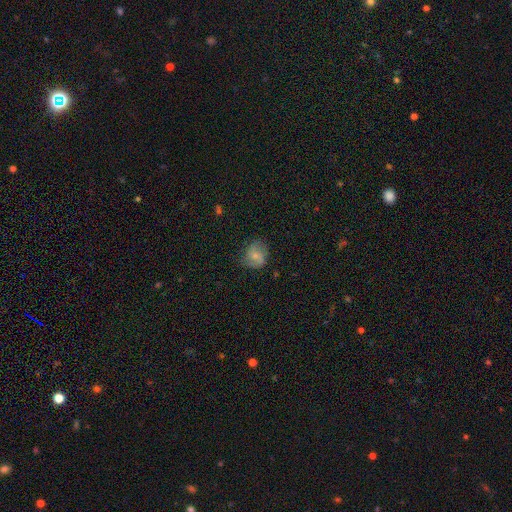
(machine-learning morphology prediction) smooth_or_featured: smooth (p=0.58) [alt: featured or disk p=0.34]
how_rounded: round (p=0.62) [alt: in between p=0.37]
merging: none (p=0.62) [alt: minor disturbance p=0.26]